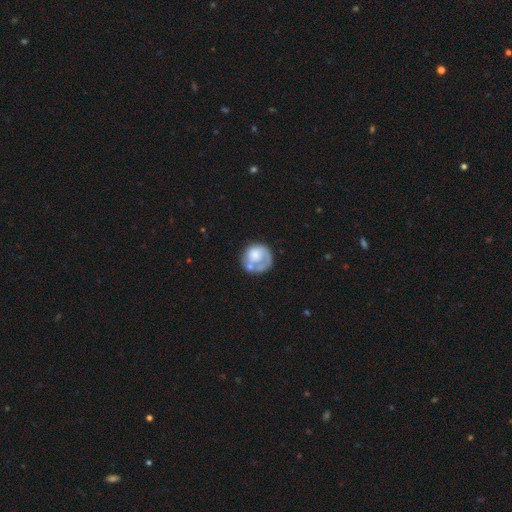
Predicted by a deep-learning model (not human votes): featured or disk 48%, smooth 46%, star or artifact 6%. Down the decision tree: merging — none (51%).